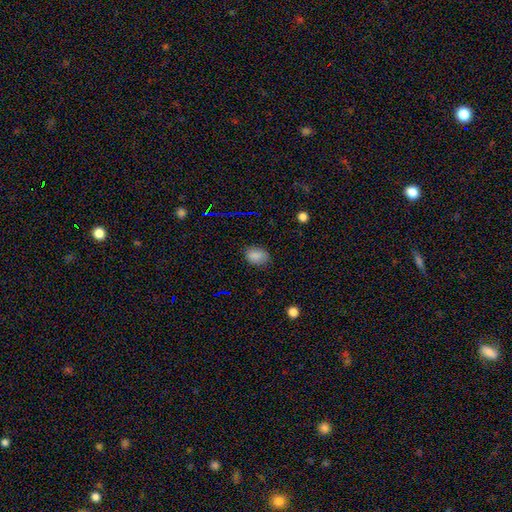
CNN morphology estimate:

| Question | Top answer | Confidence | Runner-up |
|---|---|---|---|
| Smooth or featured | smooth | 83% | star or artifact (12%) |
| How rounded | in between | 74% | round (24%) |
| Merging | none | 76% | minor disturbance (19%) |